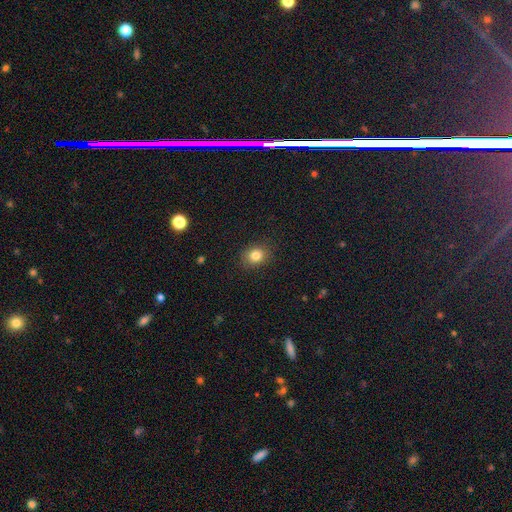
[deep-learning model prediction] This is clearly a smooth galaxy (82%). How rounded: likely round (62%). Merging: clearly none (87%).